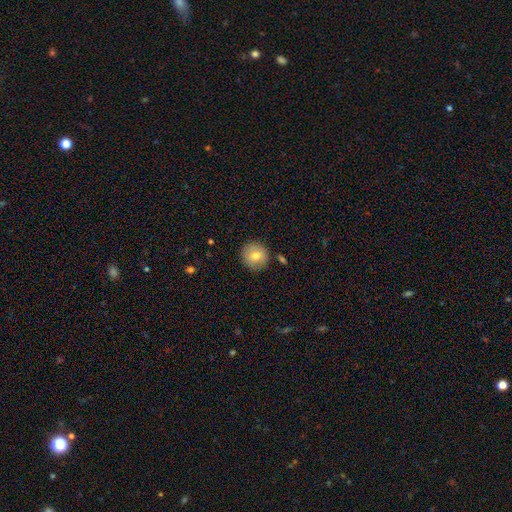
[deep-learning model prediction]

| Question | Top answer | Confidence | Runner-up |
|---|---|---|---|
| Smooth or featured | smooth | 74% | featured or disk (18%) |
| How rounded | round | 93% | in between (6%) |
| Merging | none | 86% | minor disturbance (9%) |